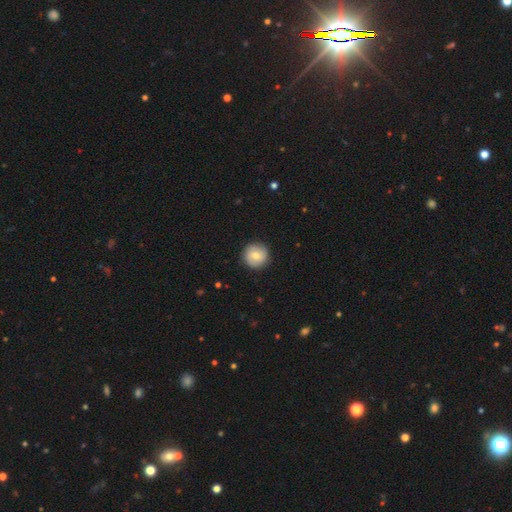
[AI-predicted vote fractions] This appears to be a smooth galaxy with no disk features (65%) that is round (95%). Merging: none (90%).